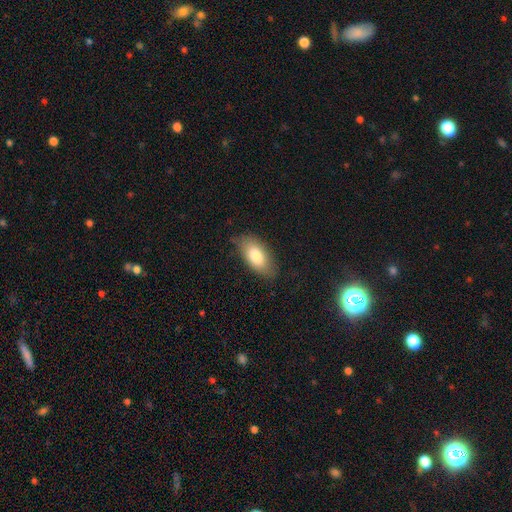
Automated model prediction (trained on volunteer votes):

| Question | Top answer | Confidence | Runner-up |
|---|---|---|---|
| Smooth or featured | smooth | 81% | featured or disk (13%) |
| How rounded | in between | 92% | cigar-shaped (5%) |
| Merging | none | 75% | minor disturbance (20%) |